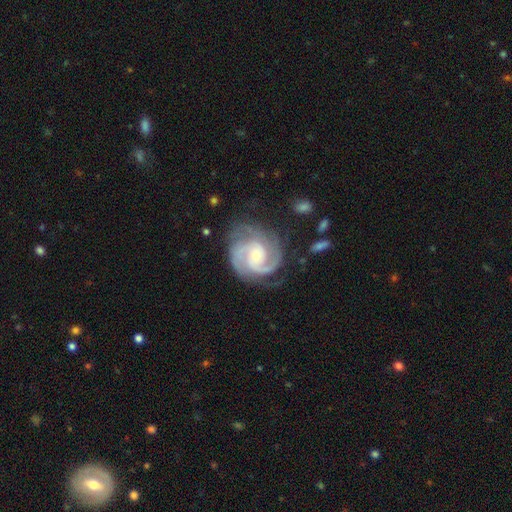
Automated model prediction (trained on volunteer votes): Smooth or featured? featured or disk (91%)
Edge-on disk? no (98%)
Bar? no (64%)
Spiral arms? yes (98%)
Spiral winding? tight (54%)
Spiral arm count? 2 (53%)
Bulge size? small (67%)
Merging? none (71%)